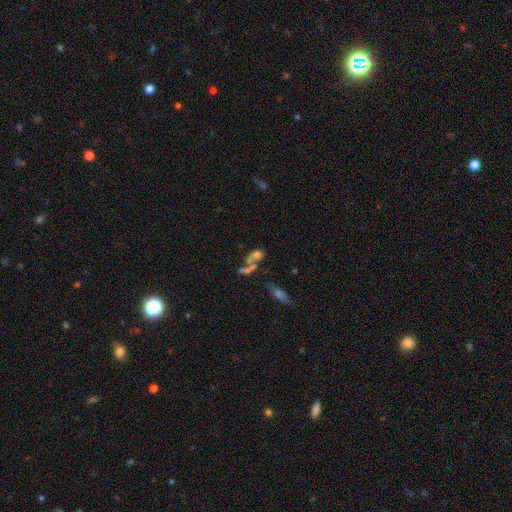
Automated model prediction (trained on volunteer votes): This appears to be a smooth galaxy with no disk features (48%). Merging: merger (49%).